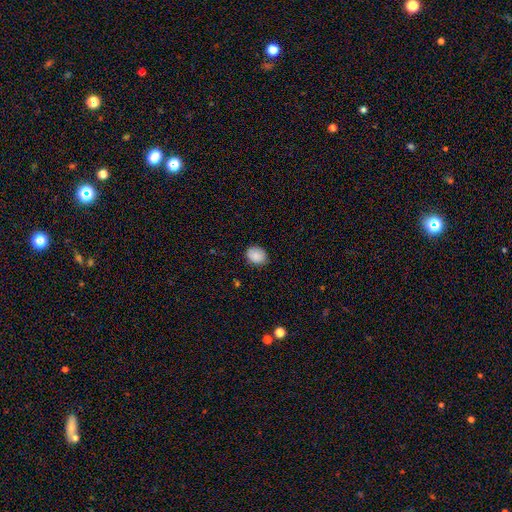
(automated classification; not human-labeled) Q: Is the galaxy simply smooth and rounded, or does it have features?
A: smooth — 88%.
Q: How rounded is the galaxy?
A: in between — 57%.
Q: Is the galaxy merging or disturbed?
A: none — 84%.